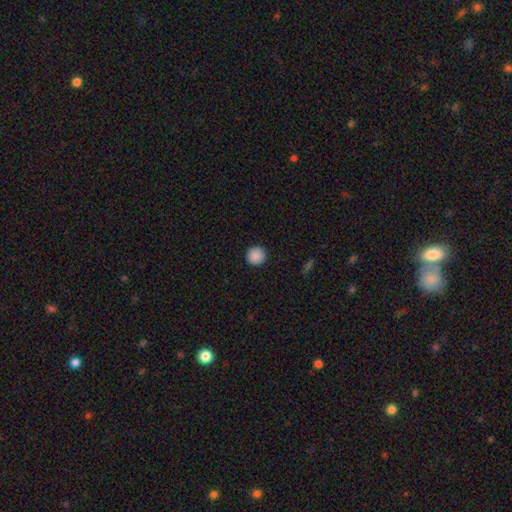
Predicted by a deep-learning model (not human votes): This is clearly a smooth galaxy (89%). How rounded: clearly round (95%). Merging: clearly none (93%).